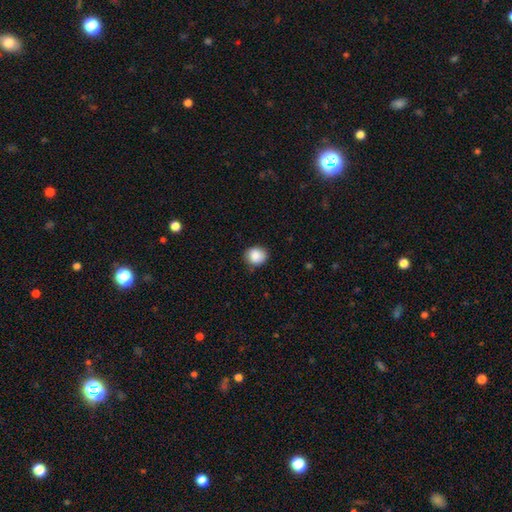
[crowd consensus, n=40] This appears to be a smooth galaxy with no disk features (85%) that is round (76%). Merging: none (82%).